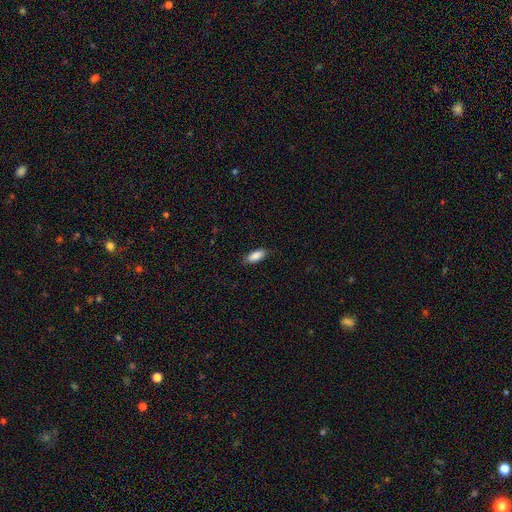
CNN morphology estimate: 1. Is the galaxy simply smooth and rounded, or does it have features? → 88% smooth, 6% star or artifact, 5% featured or disk.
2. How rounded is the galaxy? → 81% in between, 17% cigar-shaped, 2% round.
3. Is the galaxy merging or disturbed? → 85% none, 12% minor disturbance, 2% major disturbance, 1% merger.